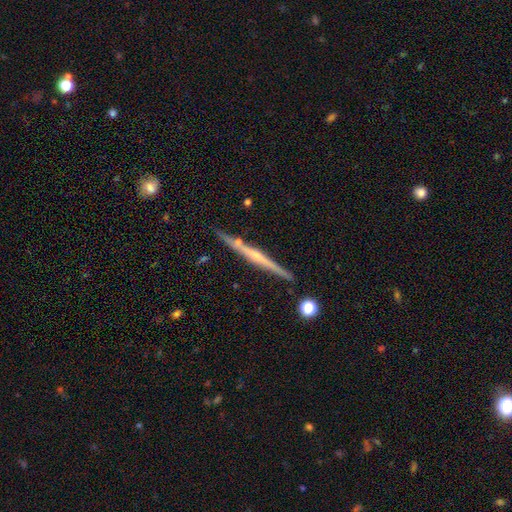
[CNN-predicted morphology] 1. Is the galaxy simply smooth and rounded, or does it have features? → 75% featured or disk, 18% smooth, 7% star or artifact.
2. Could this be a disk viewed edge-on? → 98% yes, 2% no.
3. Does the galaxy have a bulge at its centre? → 56% rounded, 35% none, 9% boxy.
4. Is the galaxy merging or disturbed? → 88% none, 8% minor disturbance, 3% merger, 2% major disturbance.